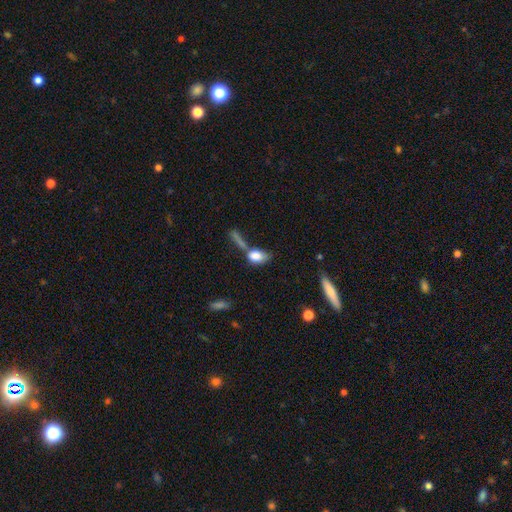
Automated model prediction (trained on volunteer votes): Smooth or featured: smooth — 77% (featured or disk — 14%)
How rounded: in between — 85% (round — 11%)
Merging: merger — 41% (none — 26%)